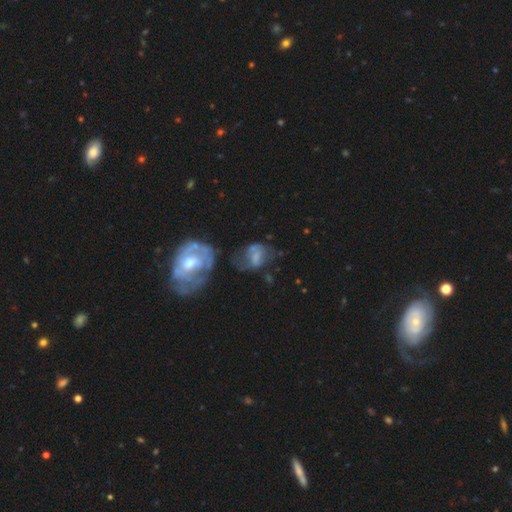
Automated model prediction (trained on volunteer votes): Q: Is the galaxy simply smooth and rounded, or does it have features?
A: smooth — 44%.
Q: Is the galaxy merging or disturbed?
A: none — 34%.